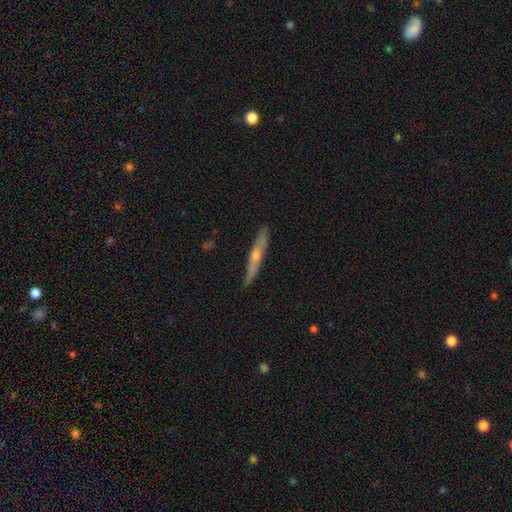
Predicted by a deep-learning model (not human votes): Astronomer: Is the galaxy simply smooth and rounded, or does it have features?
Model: featured or disk — 59% (runner-up: smooth, 35%).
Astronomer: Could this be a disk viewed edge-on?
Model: yes — 93%.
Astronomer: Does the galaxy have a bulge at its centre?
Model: rounded — 76%.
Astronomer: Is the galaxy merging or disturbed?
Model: none — 87%.